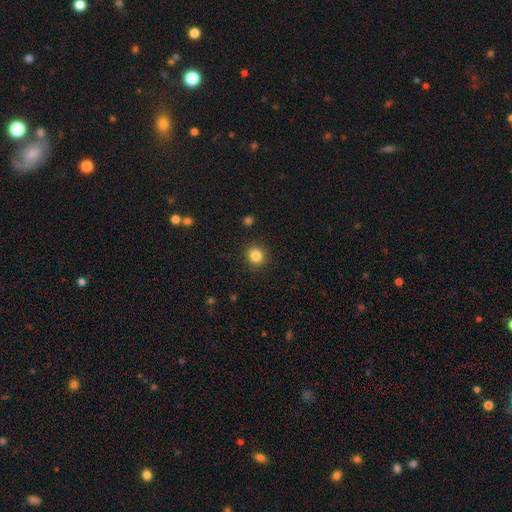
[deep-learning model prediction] Smooth or featured: smooth — 84% (star or artifact — 11%)
How rounded: round — 89% (in between — 11%)
Merging: none — 90% (minor disturbance — 6%)